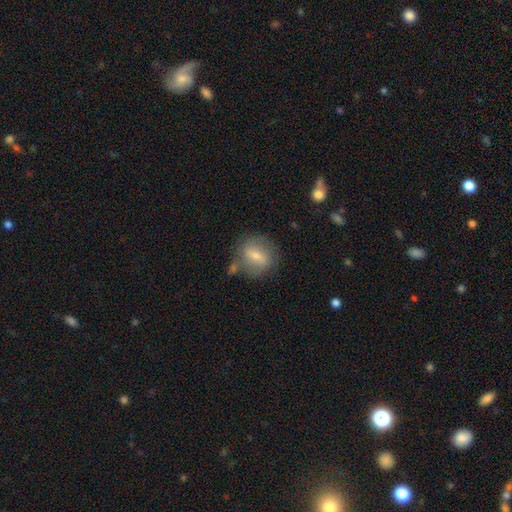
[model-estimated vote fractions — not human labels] This is possibly a smooth galaxy (53%). How rounded: likely round (69%). Merging: likely none (63%).